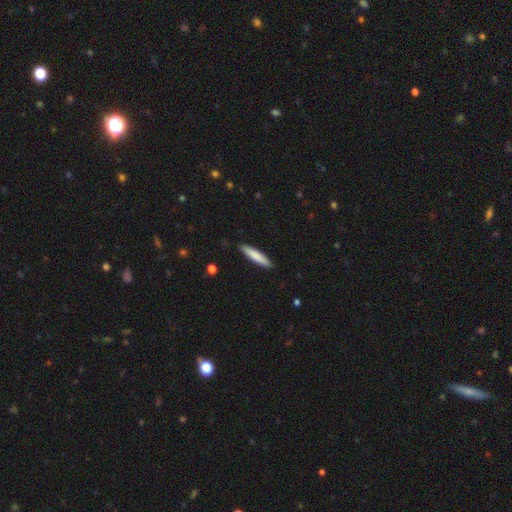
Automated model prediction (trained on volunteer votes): Overall: smooth (80%). How rounded: cigar-shaped (87%). Merging: none (90%).